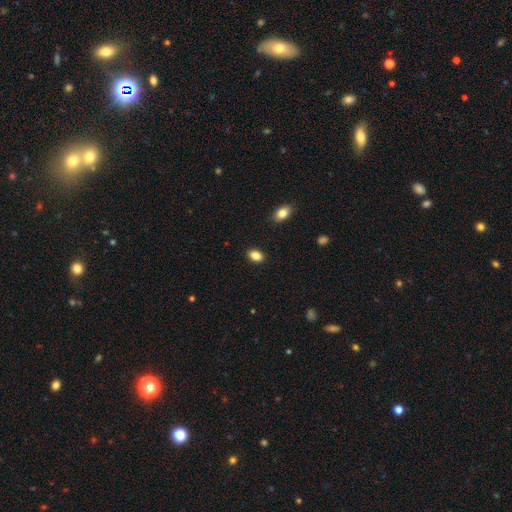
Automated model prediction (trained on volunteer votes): smooth 86%, star or artifact 9%, featured or disk 5%. Down the decision tree: how rounded — in between (81%); merging — none (89%).